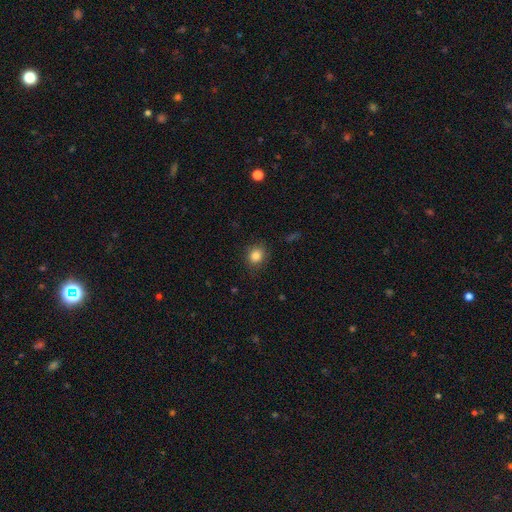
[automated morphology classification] type=smooth (84%); roundness=round (73%); merging=none (85%).